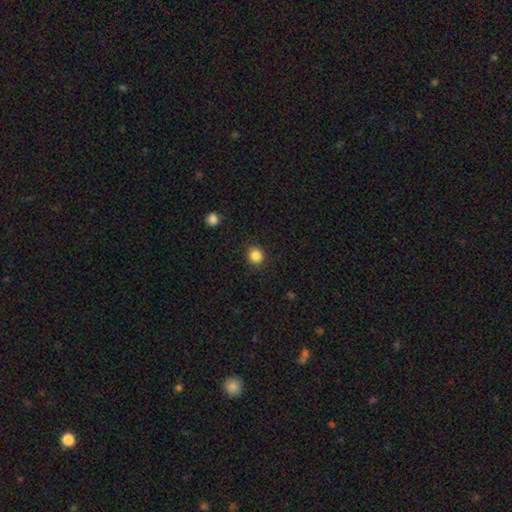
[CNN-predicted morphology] A smooth galaxy with no disk features (86%) that is round (84%). Merging: none (90%).